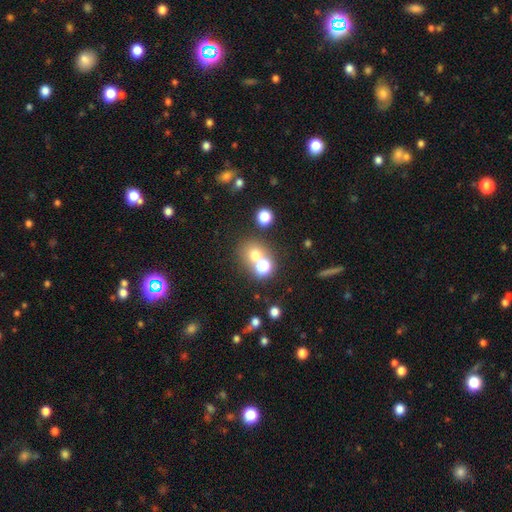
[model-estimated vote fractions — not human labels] Morphology: type=smooth (64%); roundness=round (78%); merging=none (51%).